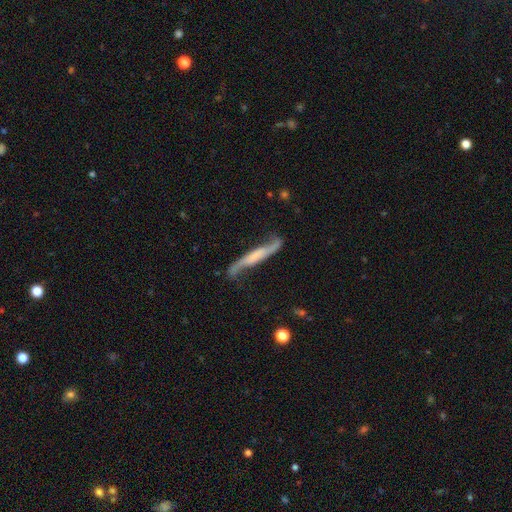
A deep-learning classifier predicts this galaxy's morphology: The model was most divided on "edge-on disk": no: 55%, yes: 45%. More confident: smooth or featured — featured or disk (76%); merging — none (65%).